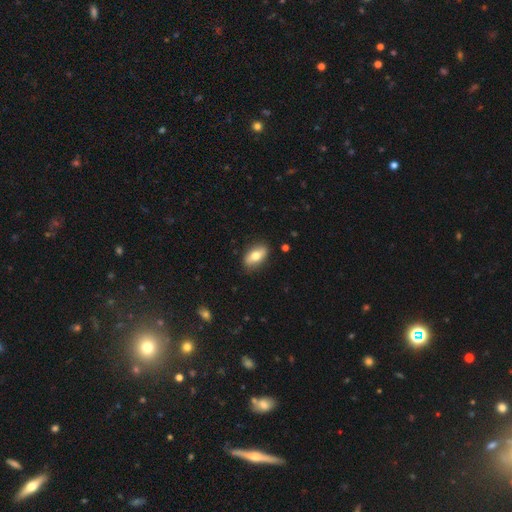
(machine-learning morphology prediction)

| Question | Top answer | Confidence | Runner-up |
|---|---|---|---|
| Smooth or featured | smooth | 68% | featured or disk (25%) |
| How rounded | in between | 86% | cigar-shaped (8%) |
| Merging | none | 85% | minor disturbance (12%) |